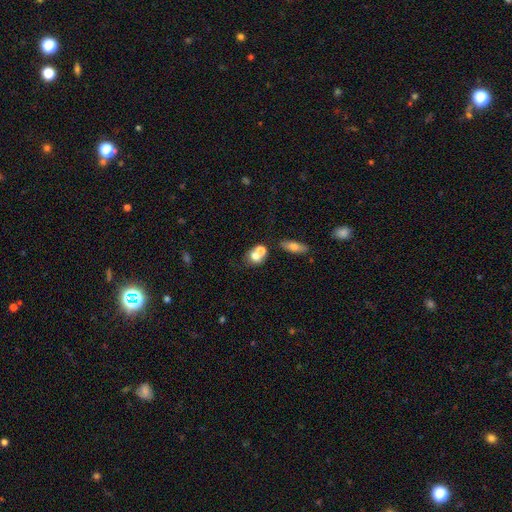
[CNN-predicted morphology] smooth 70%, featured or disk 19%, star or artifact 11%. Down the decision tree: how rounded — round (58%); merging — merger (50%).